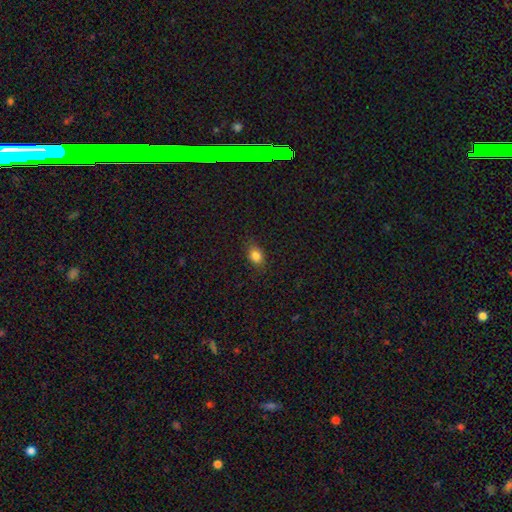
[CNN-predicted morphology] Smooth or featured: smooth — 84% (star or artifact — 11%)
How rounded: in between — 69% (round — 29%)
Merging: none — 82% (minor disturbance — 14%)